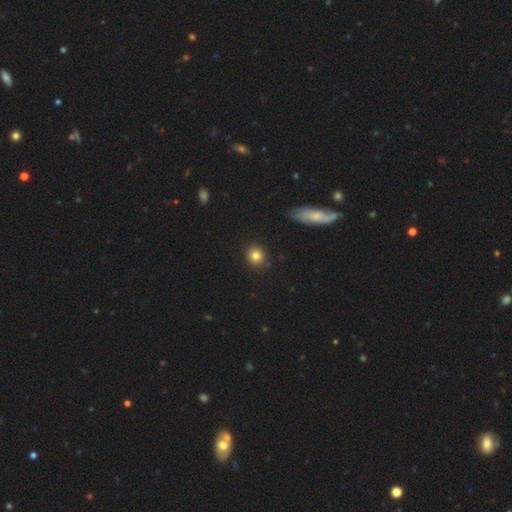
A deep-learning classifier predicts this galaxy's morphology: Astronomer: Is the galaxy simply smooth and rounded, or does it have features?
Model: smooth — 83%.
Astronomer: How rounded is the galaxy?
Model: round — 85%.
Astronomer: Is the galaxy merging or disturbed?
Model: none — 87%.